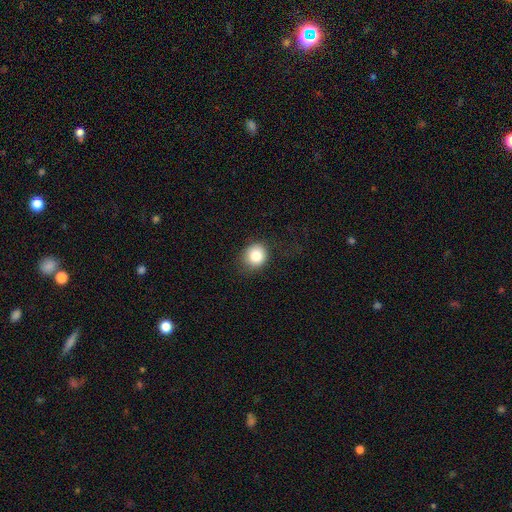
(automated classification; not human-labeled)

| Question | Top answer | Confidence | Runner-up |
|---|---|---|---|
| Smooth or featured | smooth | 84% | star or artifact (10%) |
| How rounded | round | 82% | in between (17%) |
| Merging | none | 80% | minor disturbance (14%) |